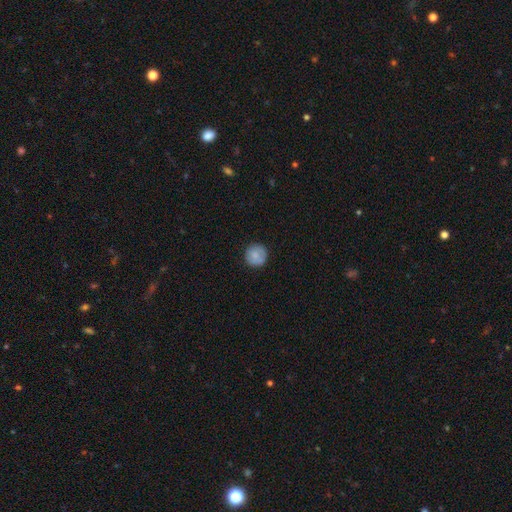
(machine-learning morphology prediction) smooth 77%, featured or disk 16%, star or artifact 7%. Down the decision tree: how rounded — round (95%); merging — none (86%).